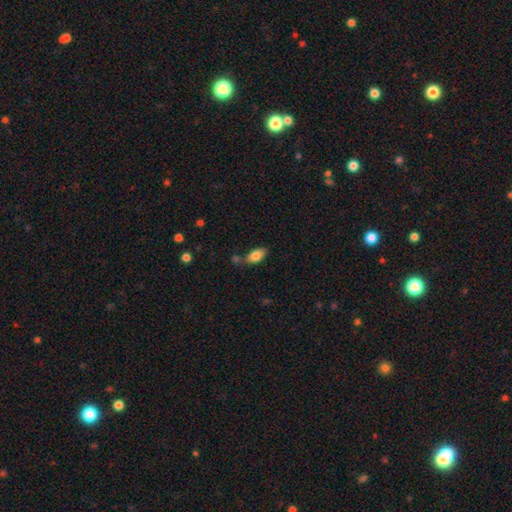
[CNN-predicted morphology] smooth_or_featured: smooth (p=0.83) [alt: featured or disk p=0.10]
how_rounded: in between (p=0.92) [alt: cigar-shaped p=0.04]
merging: none (p=0.63) [alt: minor disturbance p=0.18]